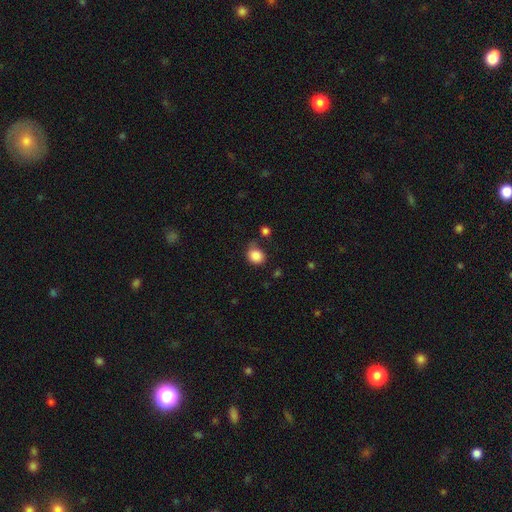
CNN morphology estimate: Overall: smooth (86%). How rounded: round (72%). Merging: none (63%).